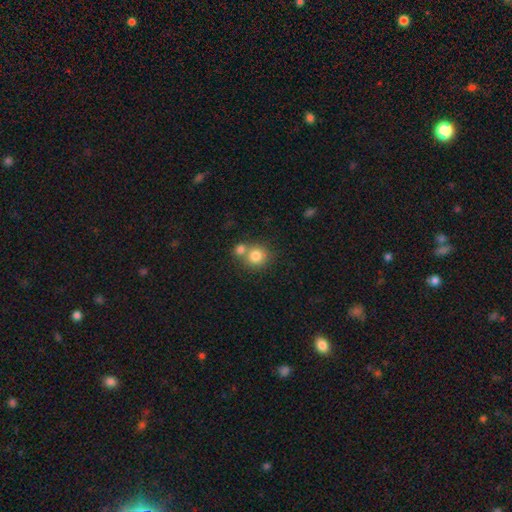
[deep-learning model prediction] This is clearly a smooth galaxy (81%). How rounded: clearly round (84%). Merging: possibly none (50%).